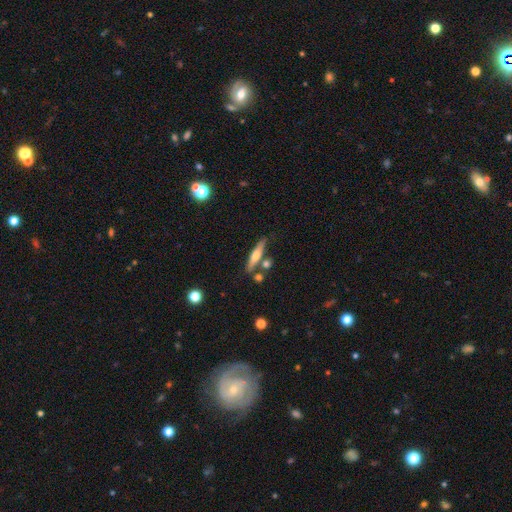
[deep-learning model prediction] Smooth or featured: featured or disk — 50% (smooth — 44%)
Merging: none — 74% (merger — 12%)